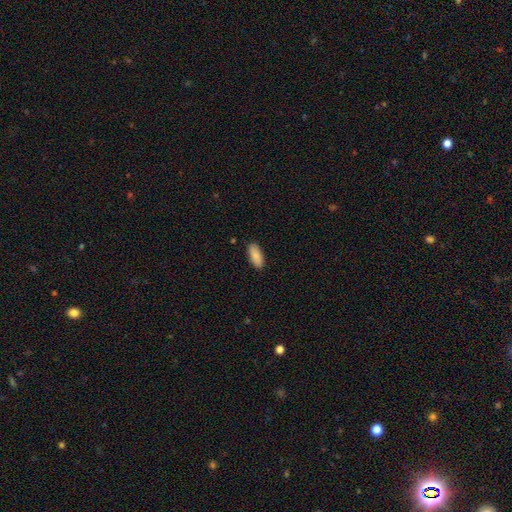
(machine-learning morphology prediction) smooth_or_featured: smooth (p=0.87) [alt: featured or disk p=0.07]
how_rounded: in between (p=0.85) [alt: cigar-shaped p=0.13]
merging: none (p=0.89) [alt: minor disturbance p=0.08]